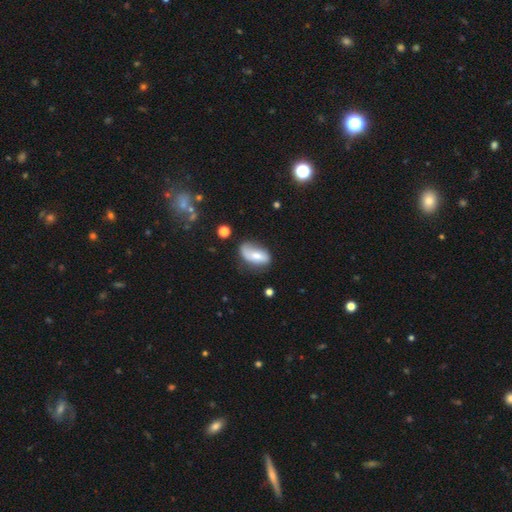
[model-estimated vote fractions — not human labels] Smooth or featured? Predicted: smooth (p=0.58). How rounded? Predicted: in between (p=0.90). Merging? Predicted: none (p=0.48).